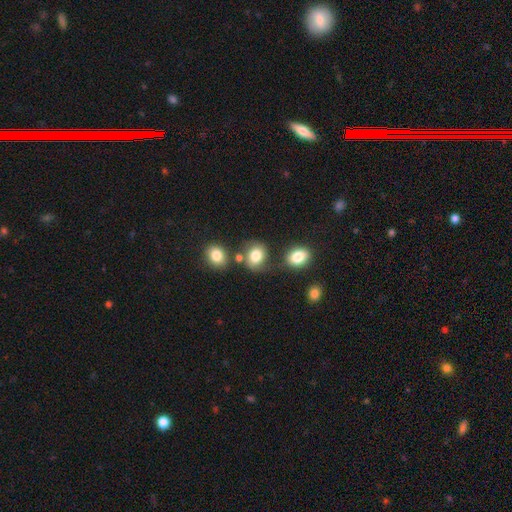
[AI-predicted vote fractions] Morphology: type=smooth (79%); roundness=round (57%); merging=none (61%).